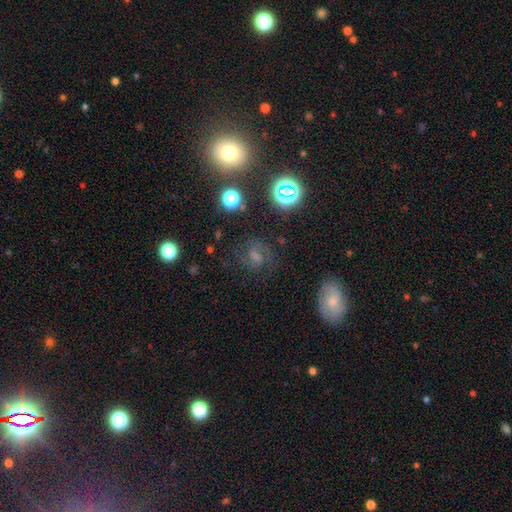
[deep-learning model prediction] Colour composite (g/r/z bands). It shows a featured or disk galaxy (50%). Merging: none (71%).